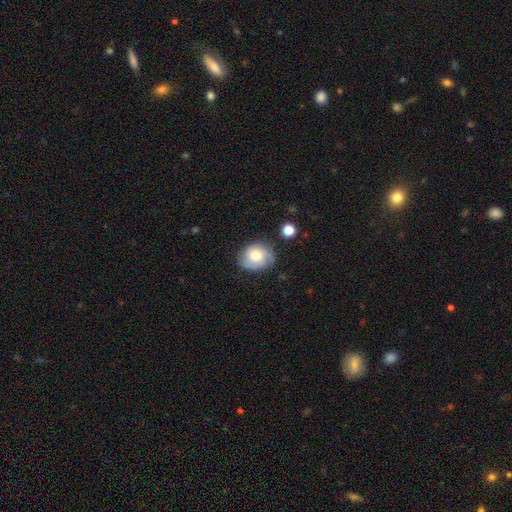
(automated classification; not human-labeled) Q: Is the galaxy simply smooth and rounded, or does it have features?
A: smooth — 51%.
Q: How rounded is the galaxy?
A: round — 53%.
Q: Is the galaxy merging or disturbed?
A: none — 66%.